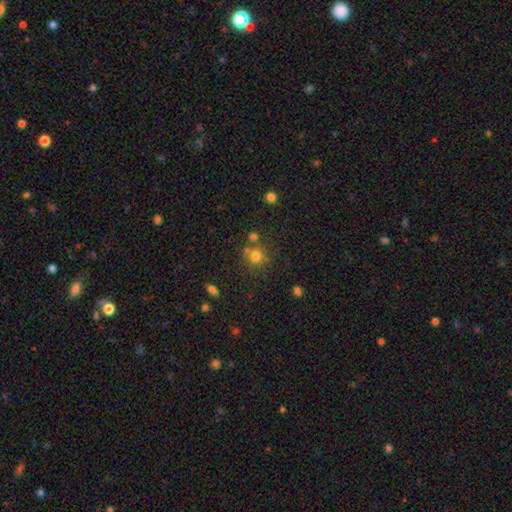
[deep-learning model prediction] Overall: smooth (74%). How rounded: round (87%). Merging: none (64%).